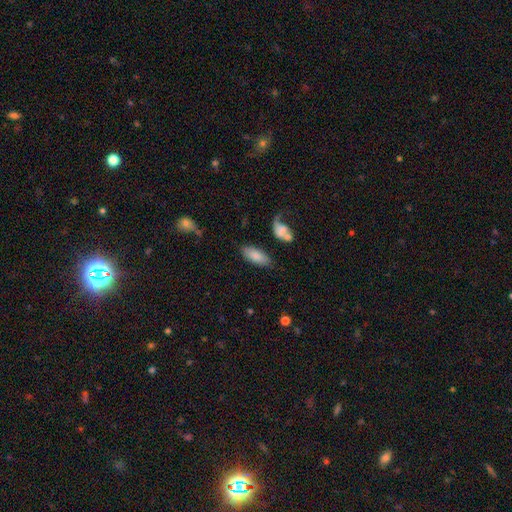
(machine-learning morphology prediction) The model was most divided on "merging": none: 73%, minor disturbance: 15%, merger: 7%, major disturbance: 5%. More confident: how rounded — in between (84%); smooth or featured — smooth (83%).